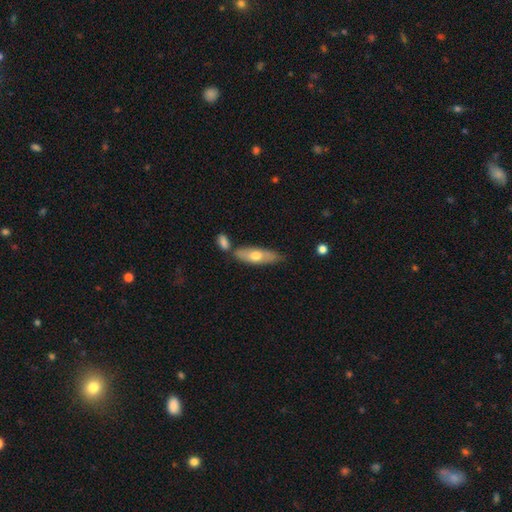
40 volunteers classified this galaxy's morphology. A smooth galaxy with no disk features (50%) that is in between round and cigar-shaped (50%). Merging: none (69%).